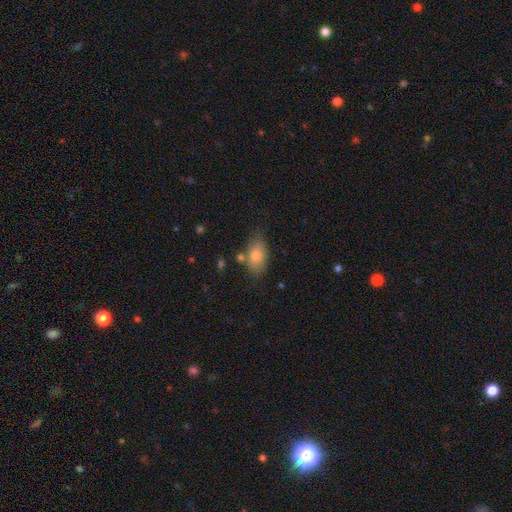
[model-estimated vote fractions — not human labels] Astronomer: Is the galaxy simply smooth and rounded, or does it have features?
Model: smooth — 76%.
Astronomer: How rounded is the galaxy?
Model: in between — 87%.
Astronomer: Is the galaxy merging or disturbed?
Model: none — 70%.